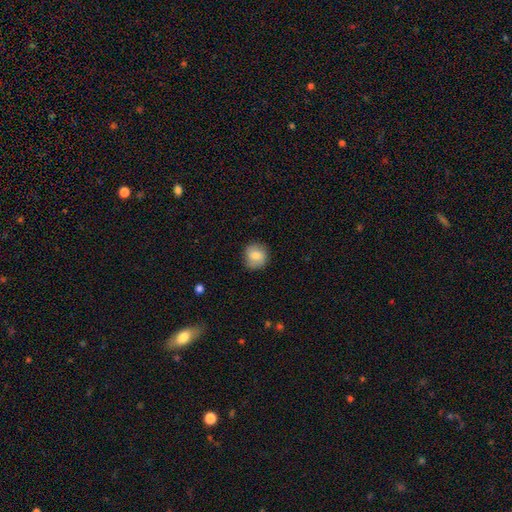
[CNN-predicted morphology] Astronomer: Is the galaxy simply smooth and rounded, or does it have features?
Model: smooth — 79%.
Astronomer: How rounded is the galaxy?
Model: round — 89%.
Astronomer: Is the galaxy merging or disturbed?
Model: none — 85%.